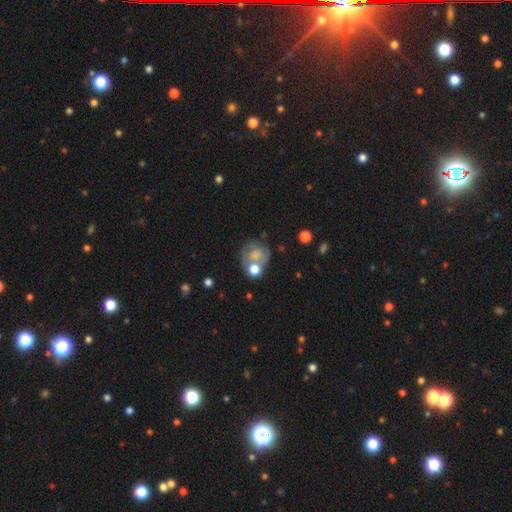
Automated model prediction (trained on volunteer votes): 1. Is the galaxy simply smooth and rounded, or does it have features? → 55% smooth, 36% featured or disk, 10% star or artifact.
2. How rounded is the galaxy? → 72% round, 27% in between, 1% cigar-shaped.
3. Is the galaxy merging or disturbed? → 41% none, 27% merger, 19% minor disturbance, 13% major disturbance.